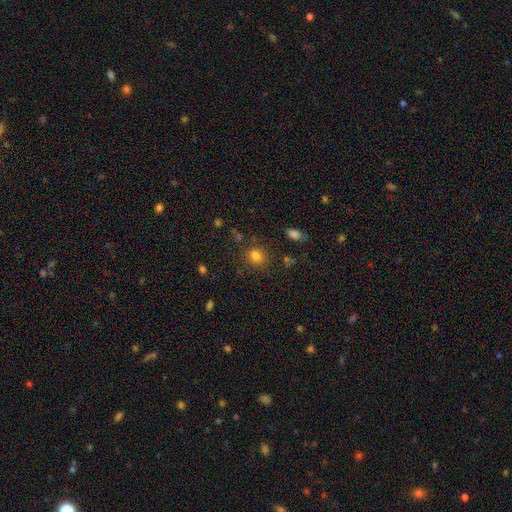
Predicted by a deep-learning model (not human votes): Smooth or featured: smooth — 78% (star or artifact — 15%)
How rounded: round — 56% (in between — 43%)
Merging: none — 73% (minor disturbance — 14%)